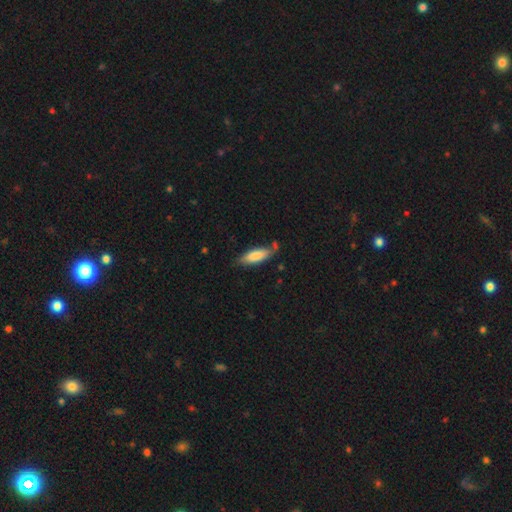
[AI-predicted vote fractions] smooth_or_featured: smooth (p=0.83) [alt: featured or disk p=0.12]
how_rounded: in between (p=0.57) [alt: cigar-shaped p=0.41]
merging: none (p=0.69) [alt: minor disturbance p=0.20]